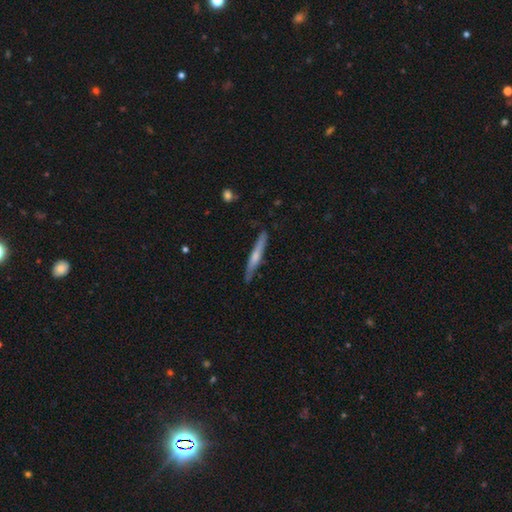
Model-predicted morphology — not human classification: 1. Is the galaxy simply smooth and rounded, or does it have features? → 54% featured or disk, 41% smooth, 5% star or artifact.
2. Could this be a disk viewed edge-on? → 94% yes, 6% no.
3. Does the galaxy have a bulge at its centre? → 60% rounded, 32% none, 8% boxy.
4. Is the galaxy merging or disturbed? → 84% none, 12% minor disturbance, 2% major disturbance, 1% merger.